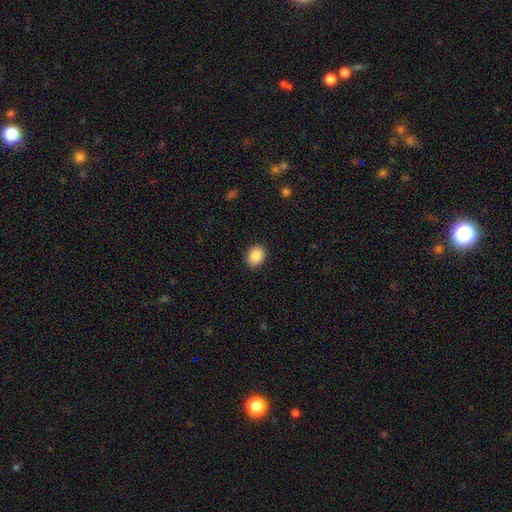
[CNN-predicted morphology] This is clearly a smooth galaxy (89%). How rounded: possibly round (57%). Merging: clearly none (90%).